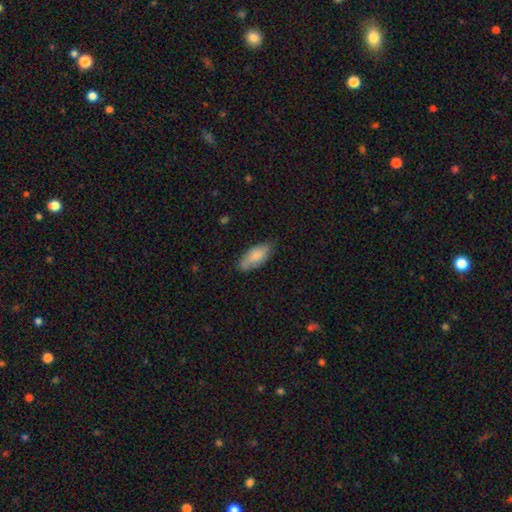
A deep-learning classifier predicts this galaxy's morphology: Smooth or featured? Predicted: smooth (p=0.78). How rounded? Predicted: in between (p=0.85). Merging? Predicted: none (p=0.74).